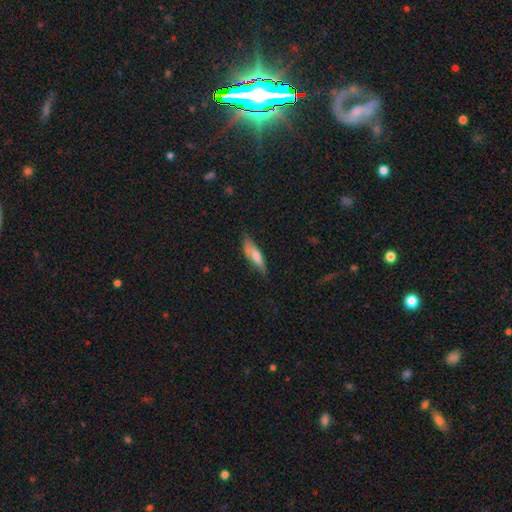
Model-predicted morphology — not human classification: A smooth galaxy with no disk features (66%) that is cigar-shaped (56%). Merging: none (62%).